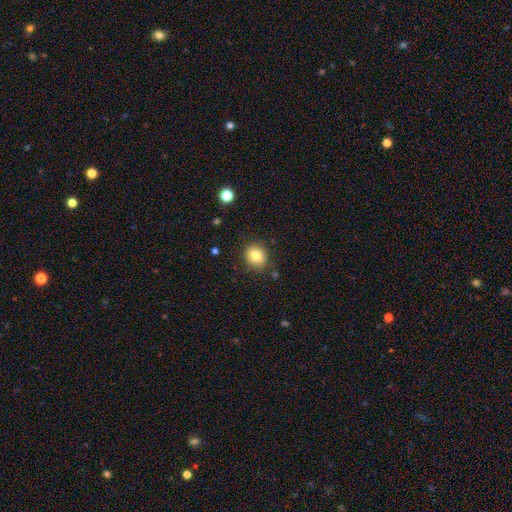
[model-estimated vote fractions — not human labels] smooth 82%, star or artifact 10%, featured or disk 8%. Down the decision tree: how rounded — round (75%); merging — none (85%).